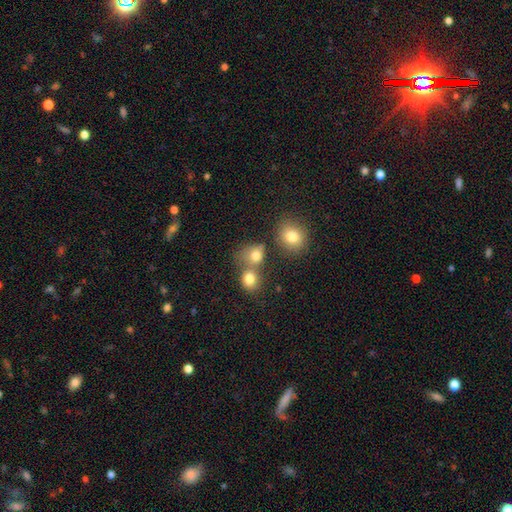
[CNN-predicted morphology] type=smooth (79%); roundness=round (71%); merging=none (49%).